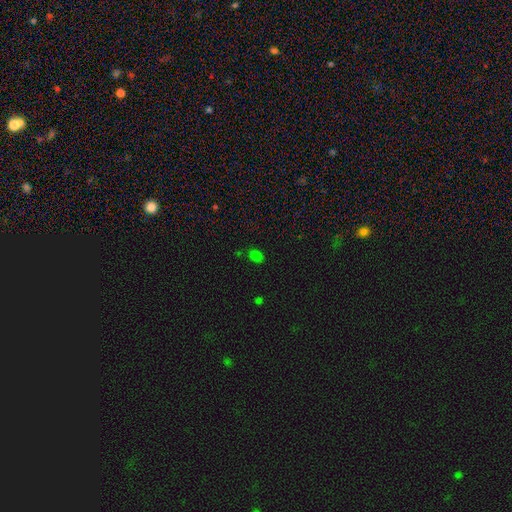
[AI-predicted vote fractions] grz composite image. It shows a smooth galaxy with no disk features (70%) that is in between round and cigar-shaped (71%). Merging: none (77%).